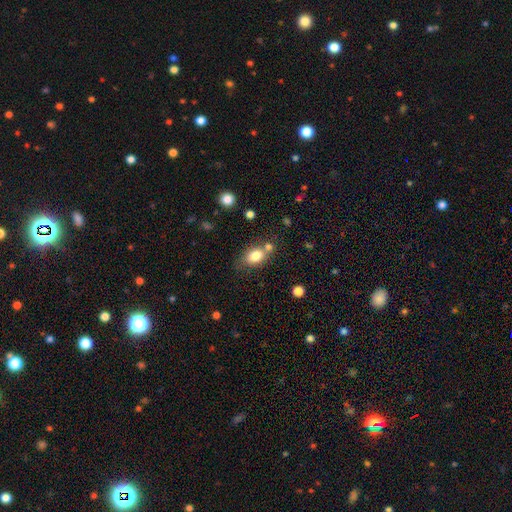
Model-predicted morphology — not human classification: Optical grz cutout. It shows a smooth galaxy with no disk features (81%) that is in between round and cigar-shaped (80%). Merging: none (58%).